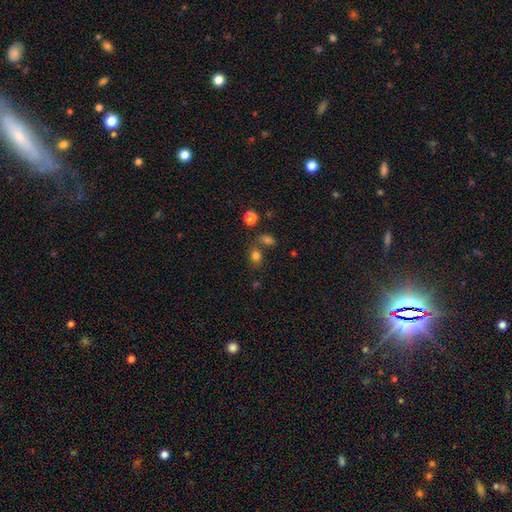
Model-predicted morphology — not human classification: Smooth or featured? Predicted: smooth (p=0.78). How rounded? Predicted: in between (p=0.58). Merging? Predicted: none (p=0.60).